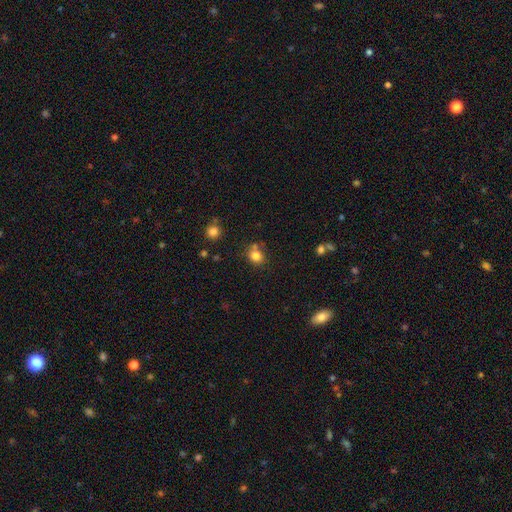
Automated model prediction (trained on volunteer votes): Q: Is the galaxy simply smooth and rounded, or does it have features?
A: smooth — 81%.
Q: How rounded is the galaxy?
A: round — 69%.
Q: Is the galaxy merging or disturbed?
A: none — 64%.